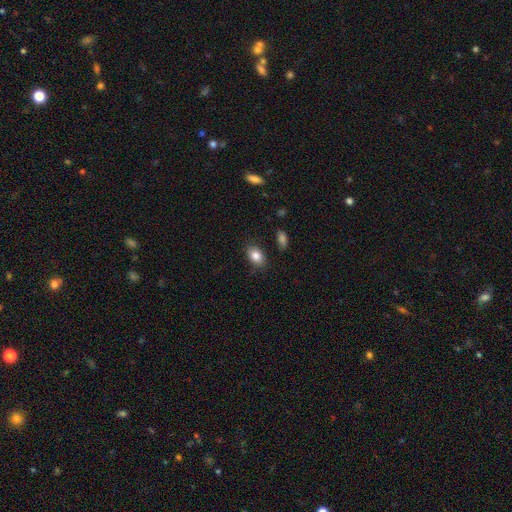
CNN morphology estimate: type=smooth (84%); roundness=in between (84%); merging=none (83%).